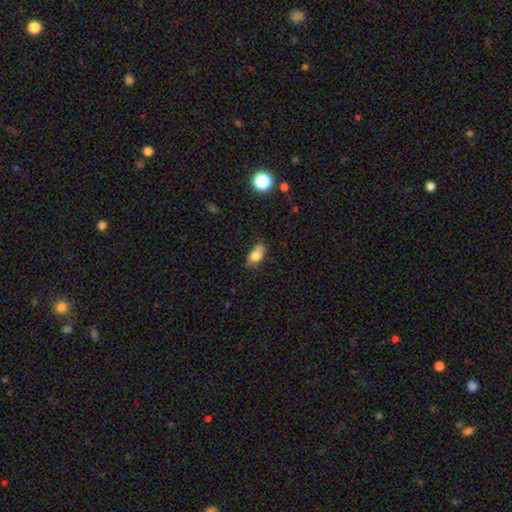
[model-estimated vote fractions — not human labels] Morphology: type=smooth (74%); roundness=in between (84%); merging=none (52%).